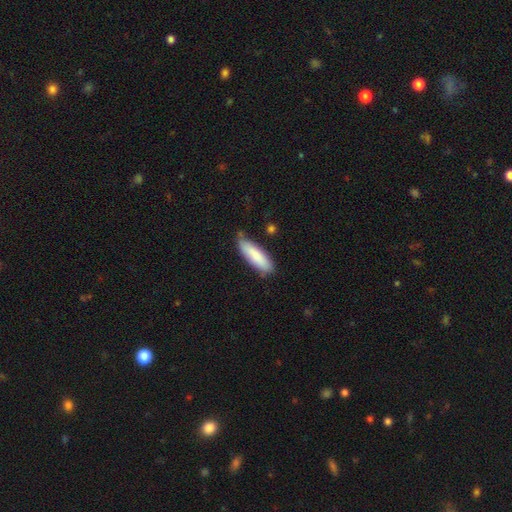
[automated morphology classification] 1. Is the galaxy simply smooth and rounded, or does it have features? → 84% smooth, 11% featured or disk, 5% star or artifact.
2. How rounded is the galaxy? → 55% cigar-shaped, 44% in between, 1% round.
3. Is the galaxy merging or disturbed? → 71% none, 22% minor disturbance, 4% major disturbance, 3% merger.